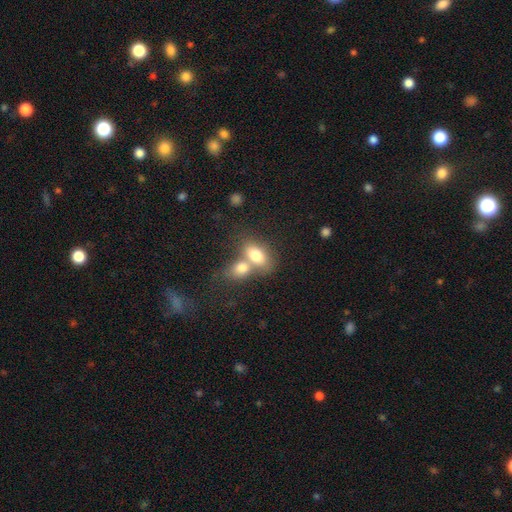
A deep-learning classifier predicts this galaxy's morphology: A smooth galaxy with no disk features (77%) that is in between round and cigar-shaped (86%).

Vote fractions:
- Smooth or featured? smooth: 77% / featured or disk: 16% / star or artifact: 8%
- How rounded? in between: 86% / round: 11% / cigar-shaped: 3%
- Merging? merger: 62% / none: 26% / minor disturbance: 8% / major disturbance: 4%